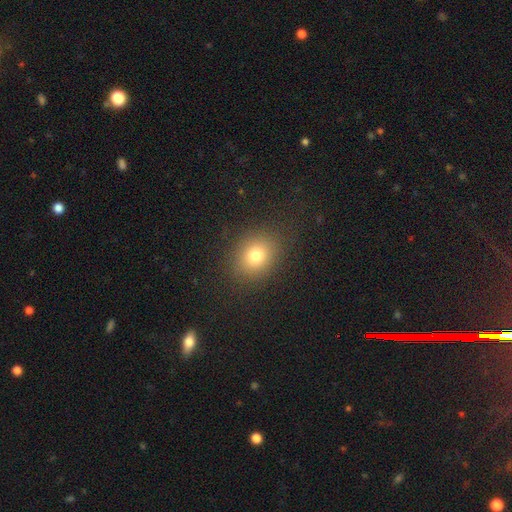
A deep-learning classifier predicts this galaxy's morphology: smooth_or_featured: smooth (p=0.77) [alt: star or artifact p=0.14]
how_rounded: round (p=0.55) [alt: in between p=0.44]
merging: none (p=0.87) [alt: minor disturbance p=0.09]